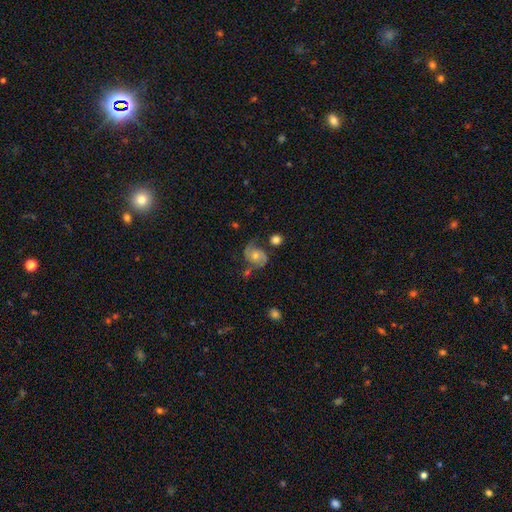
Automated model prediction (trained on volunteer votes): Overall: featured or disk (71%). Edge-on disk: no (97%). Bar: no (75%). Spiral arms: yes (92%). Spiral arm count: 2 (83%). Spiral winding: medium (45%; tight 28%). Bulge size: moderate (57%; small 36%). Merging: none (58%; minor disturbance 24%).